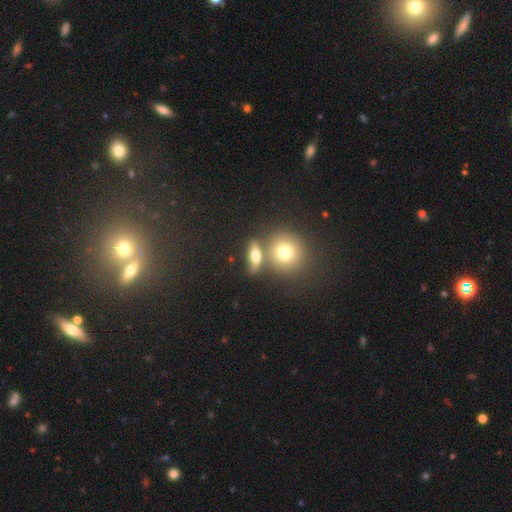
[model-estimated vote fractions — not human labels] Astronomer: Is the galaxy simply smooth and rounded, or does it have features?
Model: smooth — 64%.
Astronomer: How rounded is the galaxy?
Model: in between — 47% (runner-up: round, 32%).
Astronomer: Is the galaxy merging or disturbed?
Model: none — 64%.